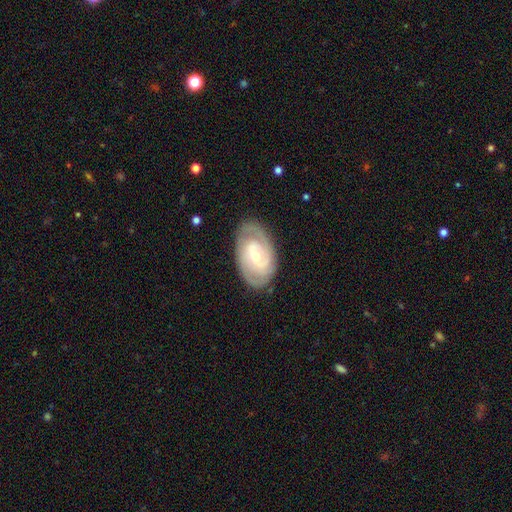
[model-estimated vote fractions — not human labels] A featured or disk galaxy (78%) with no bar (46%), 2 (55%) tight (63%) spiral arms (89%) and a moderate central bulge (50%). Merging: none (81%).